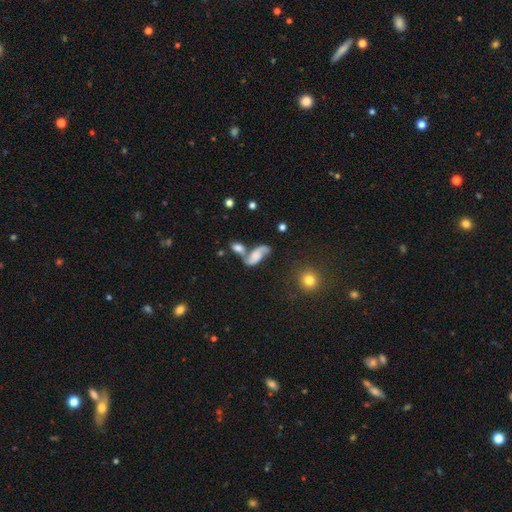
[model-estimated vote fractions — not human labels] The model was most divided on "merging": merger: 40%, none: 36%, minor disturbance: 15%, major disturbance: 9%. Remaining: edge-on disk — no (94%); spiral arms — yes (92%); spiral arm count — 2 (90%); smooth or featured — featured or disk (71%); bar — no (58%); spiral winding — loose (56%); bulge size — none (35%).